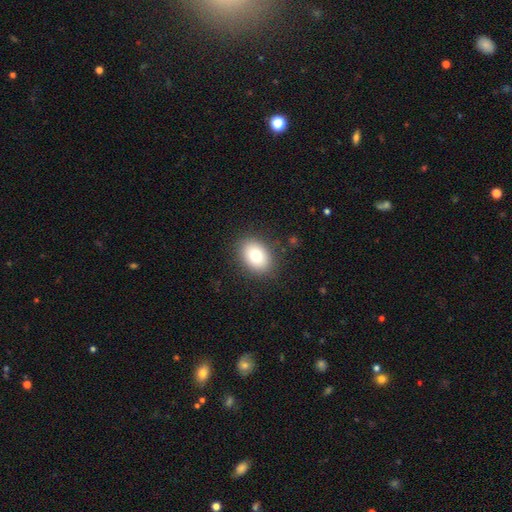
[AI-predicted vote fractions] smooth-or-featured: smooth: 79% | featured or disk: 12% | star or artifact: 9%
  how-rounded: in between: 71% | round: 28% | cigar-shaped: 1%
  merging: none: 86% | minor disturbance: 10% | major disturbance: 3% | merger: 1%